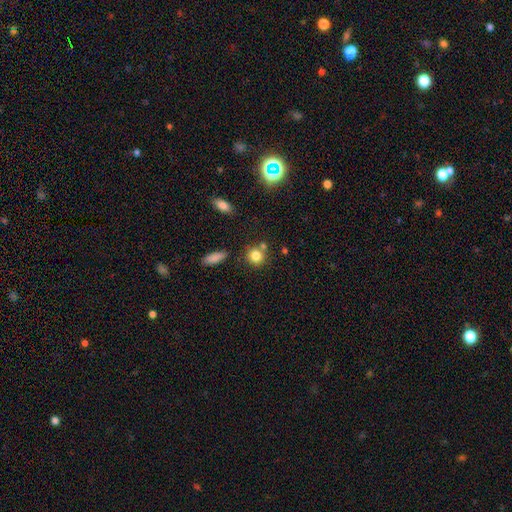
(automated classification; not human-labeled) Smooth or featured: smooth — 81% (star or artifact — 11%)
How rounded: round — 84% (in between — 14%)
Merging: none — 69% (merger — 16%)